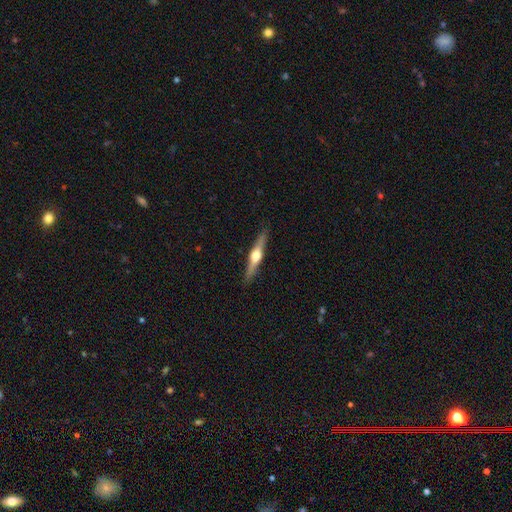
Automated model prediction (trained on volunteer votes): Overall: featured or disk (71%). Edge-on disk: yes (98%). Edge-on bulge: rounded (95%). Merging: none (91%).